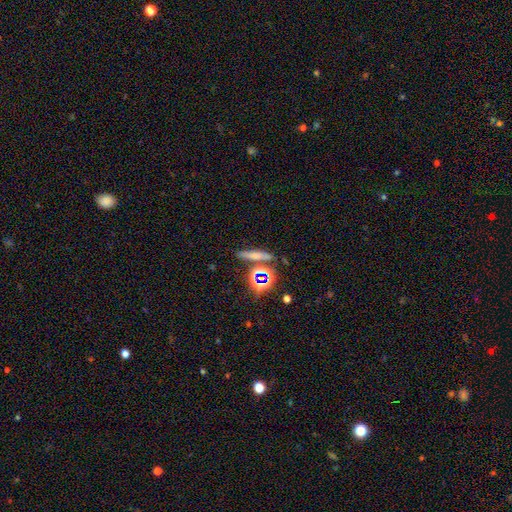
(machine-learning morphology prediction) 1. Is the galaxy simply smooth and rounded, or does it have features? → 55% smooth, 23% star or artifact, 21% featured or disk.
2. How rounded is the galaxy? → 74% cigar-shaped, 15% in between, 11% round.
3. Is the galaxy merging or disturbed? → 76% none, 10% merger, 10% minor disturbance, 4% major disturbance.